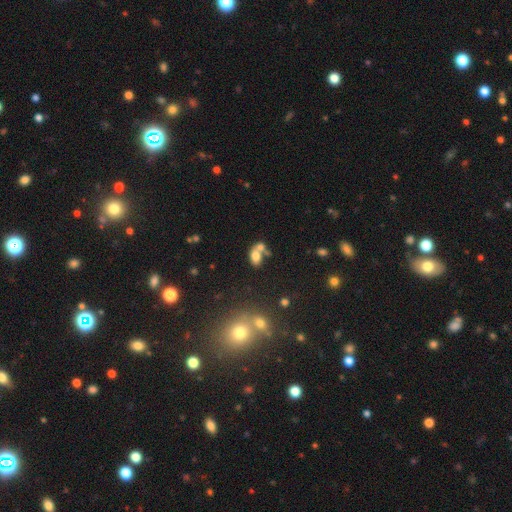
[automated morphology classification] A smooth galaxy with no disk features (71%) that is in between round and cigar-shaped (83%). Merging: merger (53%).